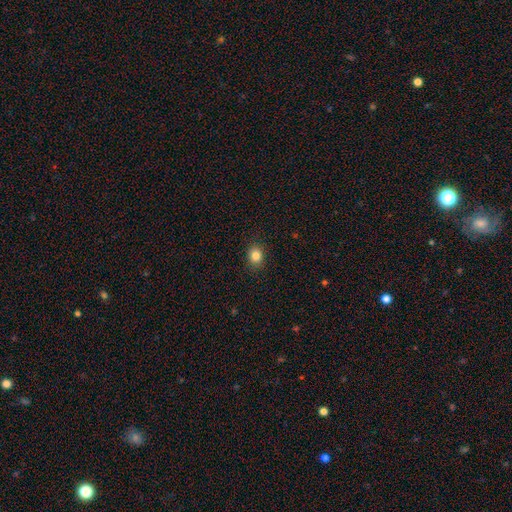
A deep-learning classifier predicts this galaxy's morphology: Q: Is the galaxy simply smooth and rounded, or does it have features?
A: smooth — 84%.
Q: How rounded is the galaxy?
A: round — 60%.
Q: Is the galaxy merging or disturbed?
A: none — 89%.